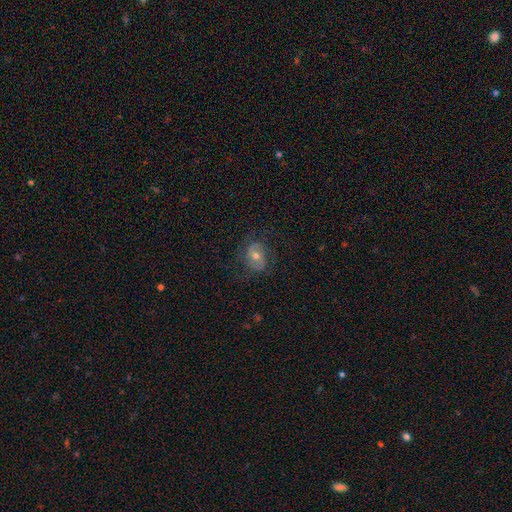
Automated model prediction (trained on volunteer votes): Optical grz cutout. It shows a featured or disk galaxy (62%) with no bar (58%), spiral arms (81%) and a moderate central bulge (66%). Merging: none (69%).